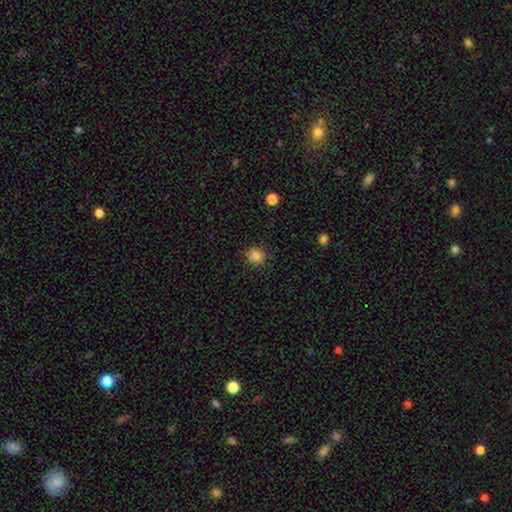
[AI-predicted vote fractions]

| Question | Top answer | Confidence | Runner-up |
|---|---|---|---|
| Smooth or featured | smooth | 86% | star or artifact (11%) |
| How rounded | round | 83% | in between (16%) |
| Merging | none | 88% | minor disturbance (9%) |